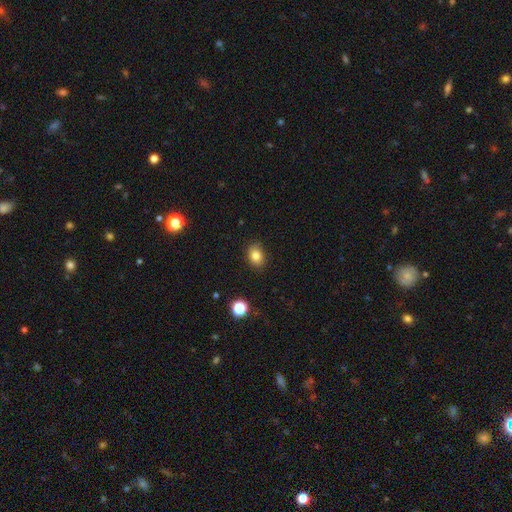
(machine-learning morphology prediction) Q: Smooth or featured?
A: smooth (82%); runner-up: star or artifact (11%)
Q: How rounded?
A: in between (66%); runner-up: round (33%)
Q: Merging?
A: none (87%); runner-up: minor disturbance (10%)